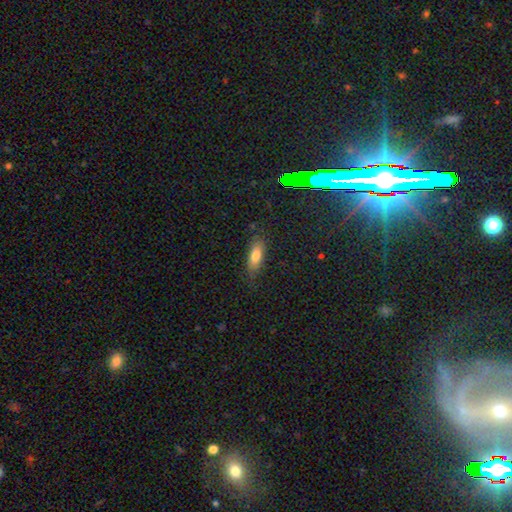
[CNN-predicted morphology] smooth_or_featured: smooth (p=0.78) [alt: featured or disk p=0.14]
how_rounded: in between (p=0.68) [alt: cigar-shaped p=0.29]
merging: none (p=0.79) [alt: minor disturbance p=0.15]